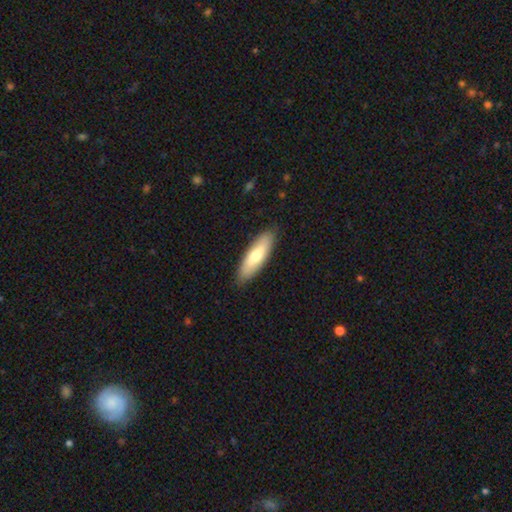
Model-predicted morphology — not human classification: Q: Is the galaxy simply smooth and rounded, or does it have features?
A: smooth — 69%.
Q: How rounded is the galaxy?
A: cigar-shaped — 52%.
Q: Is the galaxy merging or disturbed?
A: none — 88%.